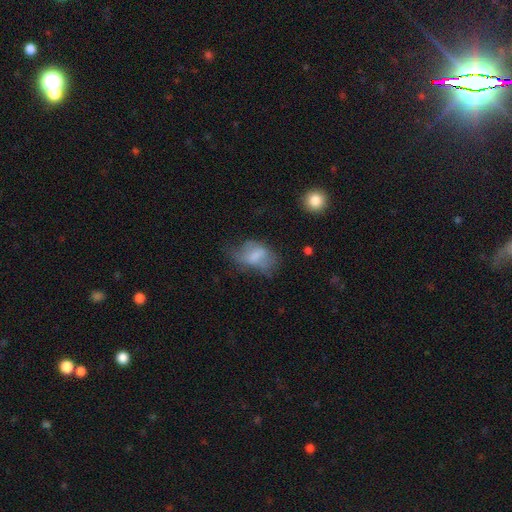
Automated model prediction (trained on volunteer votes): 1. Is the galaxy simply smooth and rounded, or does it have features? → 60% smooth, 30% featured or disk, 10% star or artifact.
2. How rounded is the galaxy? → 85% in between, 13% round, 2% cigar-shaped.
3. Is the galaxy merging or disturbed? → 34% major disturbance, 31% minor disturbance, 31% none, 4% merger.